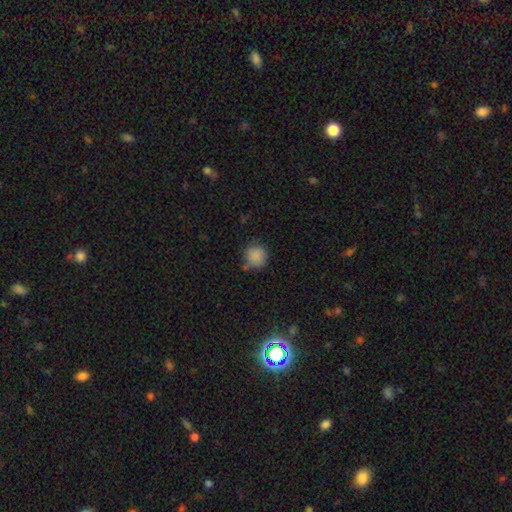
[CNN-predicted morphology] smooth_or_featured: smooth (p=0.86) [alt: star or artifact p=0.10]
how_rounded: round (p=0.91) [alt: in between p=0.08]
merging: none (p=0.74) [alt: minor disturbance p=0.16]